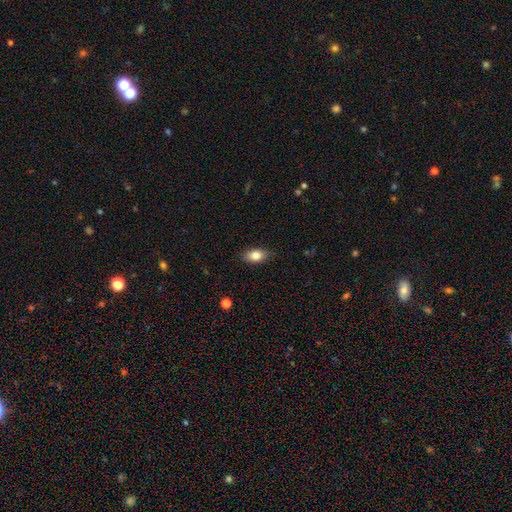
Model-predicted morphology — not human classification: A smooth galaxy with no disk features (81%) that is in between round and cigar-shaped (88%). Merging: none (85%).